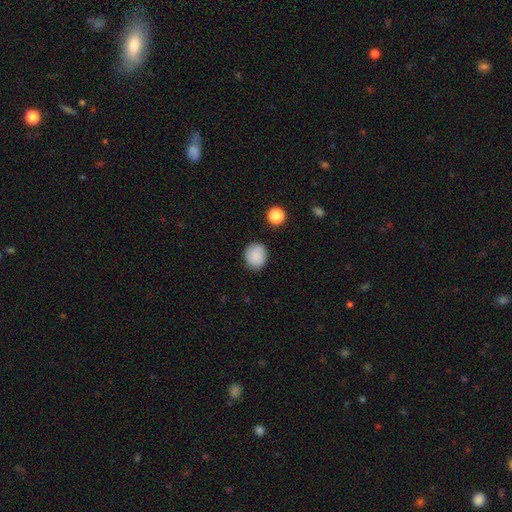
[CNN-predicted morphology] smooth_or_featured: smooth (p=0.86) [alt: star or artifact p=0.08]
how_rounded: round (p=0.73) [alt: in between p=0.26]
merging: none (p=0.84) [alt: minor disturbance p=0.11]